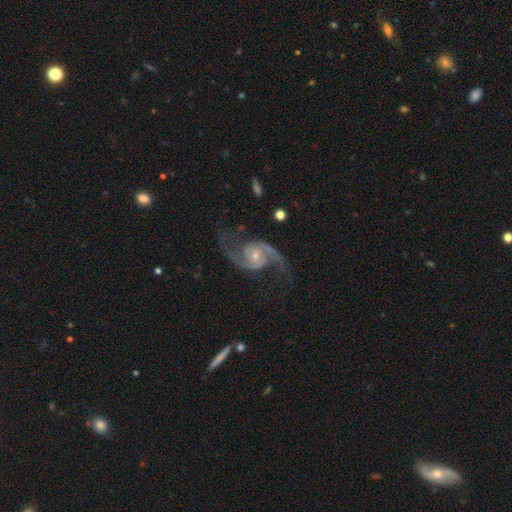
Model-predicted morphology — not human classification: Smooth or featured: featured or disk — 93% (star or artifact — 5%)
Edge-on disk: no — 98% (yes — 2%)
Bar: no — 64% (weak — 28%)
Spiral arms: yes — 98% (no — 2%)
Spiral winding: medium — 50% (loose — 39%)
Spiral arm count: 2 — 94% (can't tell — 1%)
Bulge size: small — 58% (moderate — 37%)
Merging: none — 75% (minor disturbance — 15%)